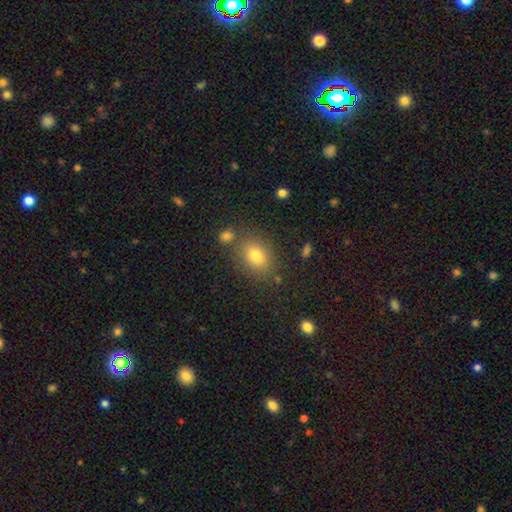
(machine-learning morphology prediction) smooth_or_featured: smooth (p=0.77) [alt: star or artifact p=0.12]
how_rounded: in between (p=0.62) [alt: round p=0.36]
merging: none (p=0.77) [alt: minor disturbance p=0.12]